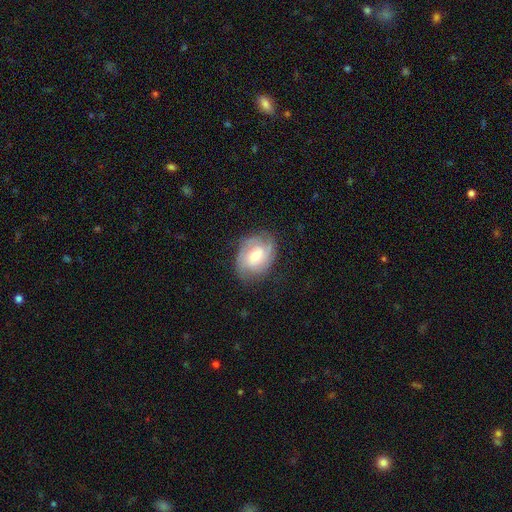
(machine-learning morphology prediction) Smooth or featured? featured or disk (71%)
Edge-on disk? no (97%)
Bar? no (56%)
Spiral arms? yes (91%)
Spiral winding? tight (57%)
Spiral arm count? can't tell (32%)
Bulge size? moderate (57%)
Merging? none (71%)